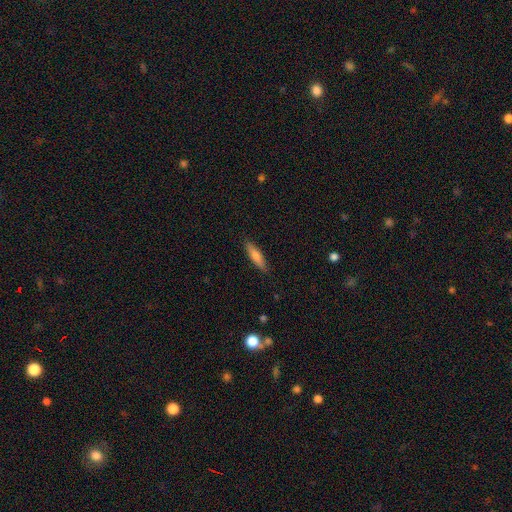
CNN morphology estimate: smooth_or_featured: smooth (p=0.73) [alt: featured or disk p=0.21]
how_rounded: cigar-shaped (p=0.68) [alt: in between p=0.30]
merging: none (p=0.87) [alt: minor disturbance p=0.10]